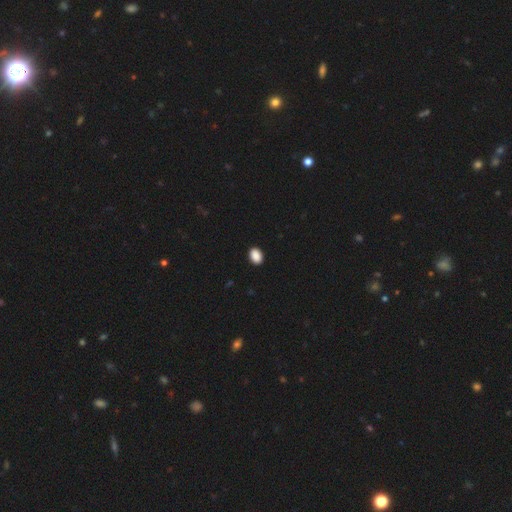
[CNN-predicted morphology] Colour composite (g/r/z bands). It shows a smooth galaxy with no disk features (90%) that is in between round and cigar-shaped (76%). Merging: none (91%).